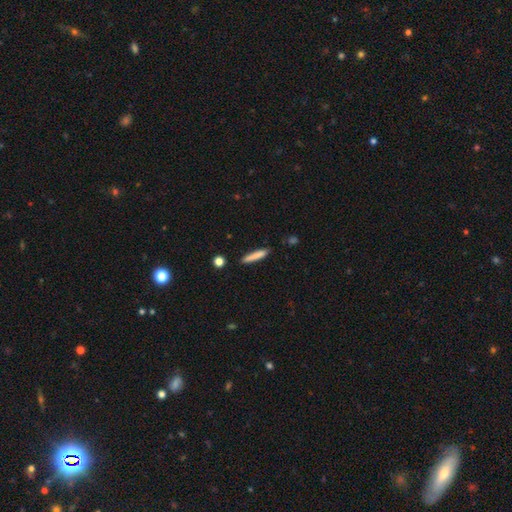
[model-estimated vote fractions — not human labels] Smooth or featured? smooth (81%)
How rounded? cigar-shaped (92%)
Merging? none (87%)